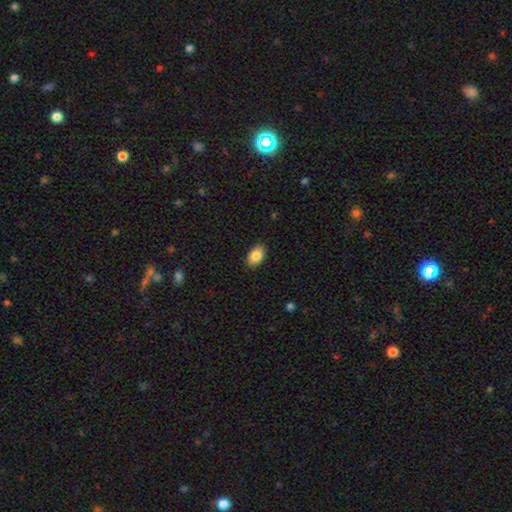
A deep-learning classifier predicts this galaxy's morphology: Smooth or featured: smooth — 86% (featured or disk — 7%)
How rounded: in between — 90% (round — 8%)
Merging: none — 88% (minor disturbance — 9%)